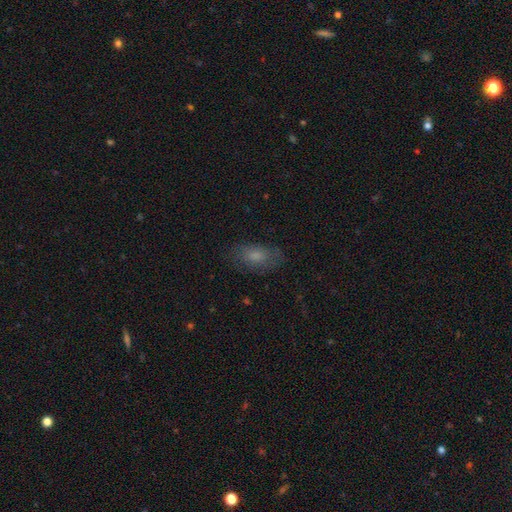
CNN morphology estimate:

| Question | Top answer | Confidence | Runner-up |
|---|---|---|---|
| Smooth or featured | smooth | 71% | featured or disk (19%) |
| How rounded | in between | 87% | round (7%) |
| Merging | none | 75% | minor disturbance (17%) |